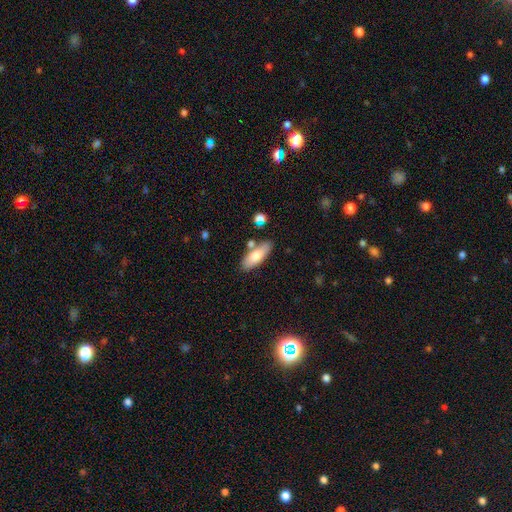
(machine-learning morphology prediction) Smooth or featured?
  - smooth: 77% *
  - featured or disk: 17%
  - star or artifact: 6%
How rounded?
  - in between: 69% *
  - cigar-shaped: 28%
  - round: 2%
Merging?
  - none: 75% *
  - minor disturbance: 13%
  - merger: 9%
  - major disturbance: 3%